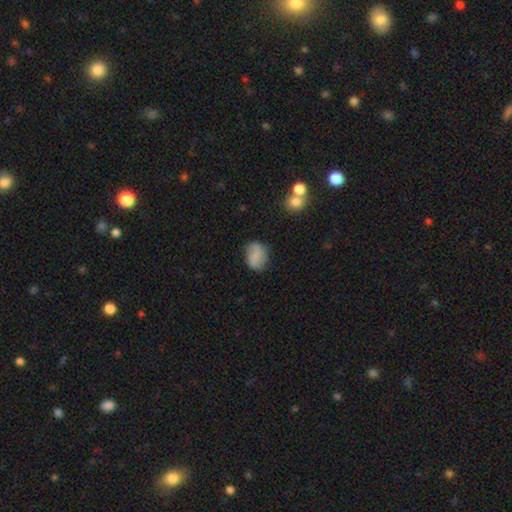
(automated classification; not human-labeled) This is possibly a smooth galaxy (60%). How rounded: likely in between (61%). Merging: likely none (66%).